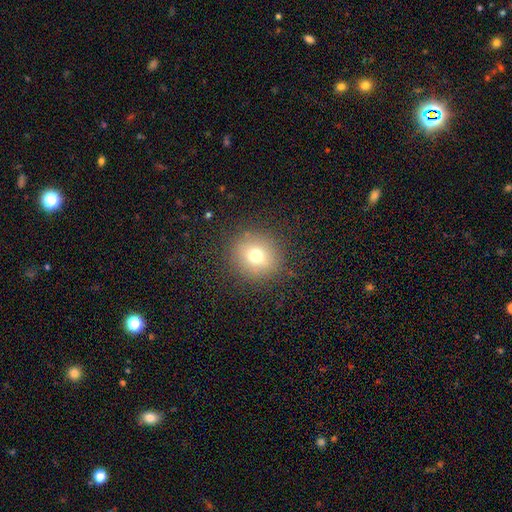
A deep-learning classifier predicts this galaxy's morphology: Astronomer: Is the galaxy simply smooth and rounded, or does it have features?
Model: smooth — 72%.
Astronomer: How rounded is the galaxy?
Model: round — 87%.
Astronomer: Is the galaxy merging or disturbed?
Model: none — 87%.